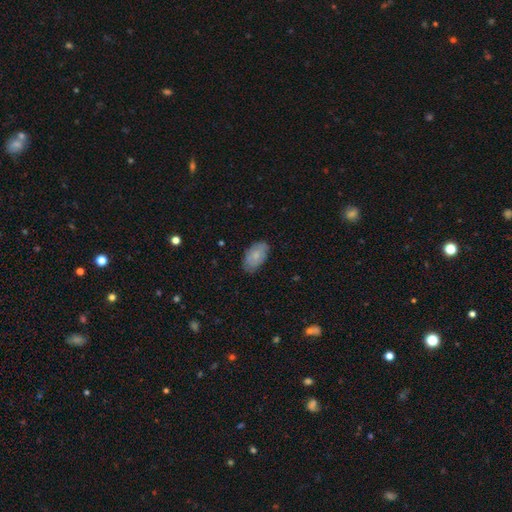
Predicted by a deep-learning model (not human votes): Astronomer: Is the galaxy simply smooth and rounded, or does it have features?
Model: smooth — 68%.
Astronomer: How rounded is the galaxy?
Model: in between — 93%.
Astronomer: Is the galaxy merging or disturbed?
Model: none — 78%.